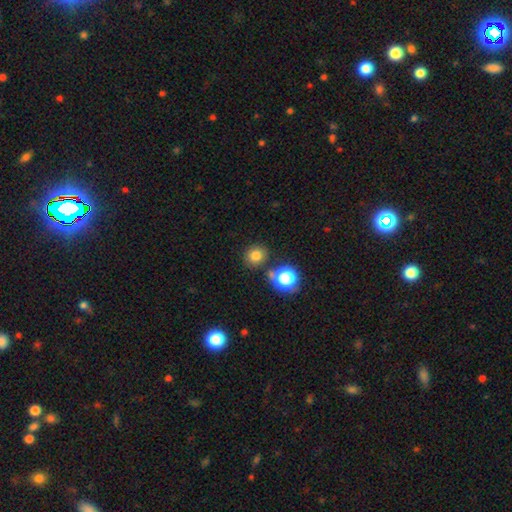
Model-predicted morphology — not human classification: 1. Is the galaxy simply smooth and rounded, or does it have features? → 77% smooth, 16% star or artifact, 7% featured or disk.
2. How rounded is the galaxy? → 84% round, 15% in between, 1% cigar-shaped.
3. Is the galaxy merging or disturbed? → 79% none, 9% minor disturbance, 9% merger, 3% major disturbance.